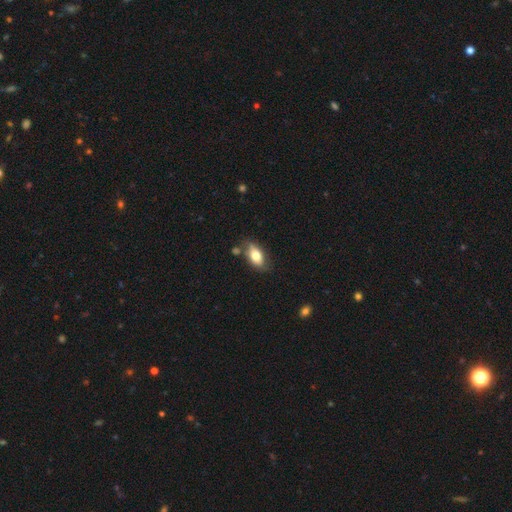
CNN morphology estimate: Q: Smooth or featured?
A: smooth (74%); runner-up: featured or disk (19%)
Q: How rounded?
A: in between (89%); runner-up: round (6%)
Q: Merging?
A: none (68%); runner-up: minor disturbance (19%)